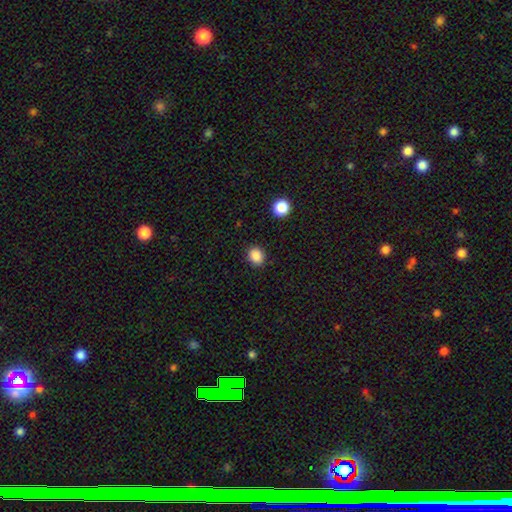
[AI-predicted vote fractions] Smooth or featured?
  - smooth: 87% *
  - star or artifact: 10%
  - featured or disk: 3%
How rounded?
  - round: 55% *
  - in between: 44%
  - cigar-shaped: 1%
Merging?
  - none: 89% *
  - minor disturbance: 7%
  - major disturbance: 2%
  - merger: 1%